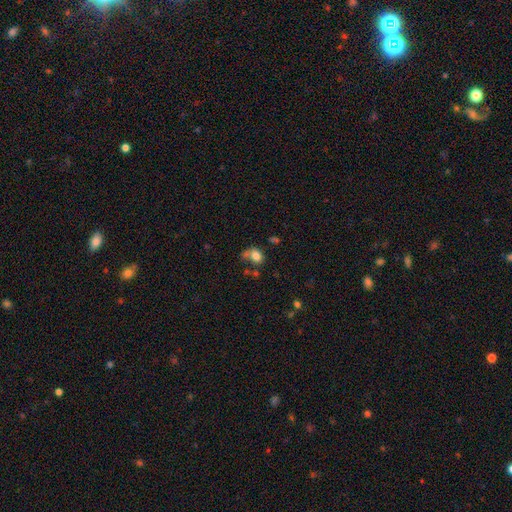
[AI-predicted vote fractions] A smooth galaxy with no disk features (78%) that is in between round and cigar-shaped (54%).

Vote fractions:
- Smooth or featured? smooth: 78% / star or artifact: 11% / featured or disk: 11%
- How rounded? in between: 54% / round: 45% / cigar-shaped: 1%
- Merging? none: 42% / minor disturbance: 22% / merger: 18% / major disturbance: 18%